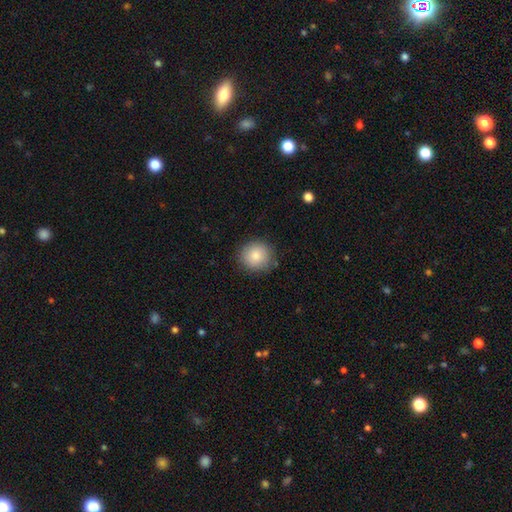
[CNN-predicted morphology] Q: Smooth or featured?
A: smooth (84%); runner-up: star or artifact (8%)
Q: How rounded?
A: round (91%); runner-up: in between (8%)
Q: Merging?
A: none (87%); runner-up: minor disturbance (10%)